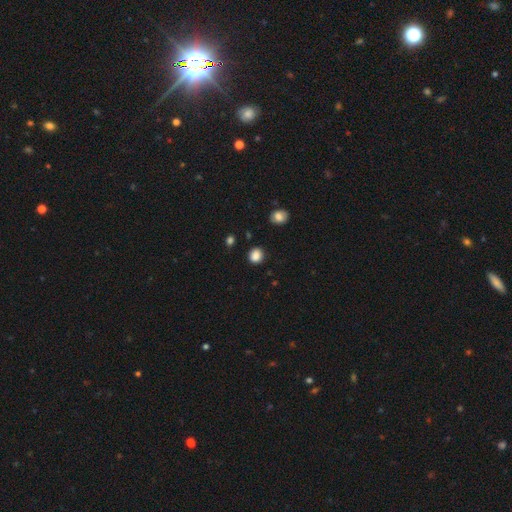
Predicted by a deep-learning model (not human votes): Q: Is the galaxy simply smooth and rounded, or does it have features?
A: smooth — 86%.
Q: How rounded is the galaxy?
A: round — 81%.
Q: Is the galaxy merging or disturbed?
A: none — 88%.